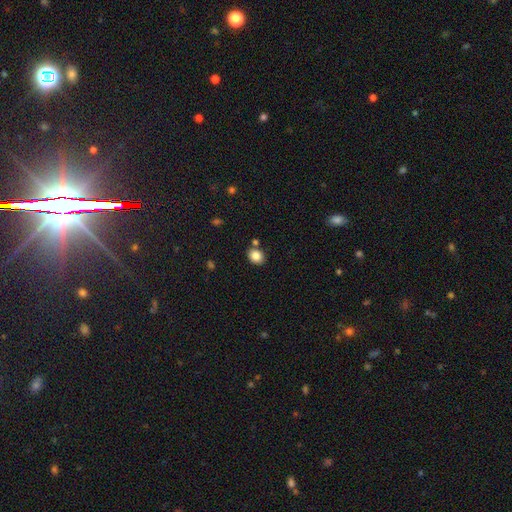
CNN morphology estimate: Overall: smooth (85%). How rounded: round (50%; in between 49%). Merging: none (79%).